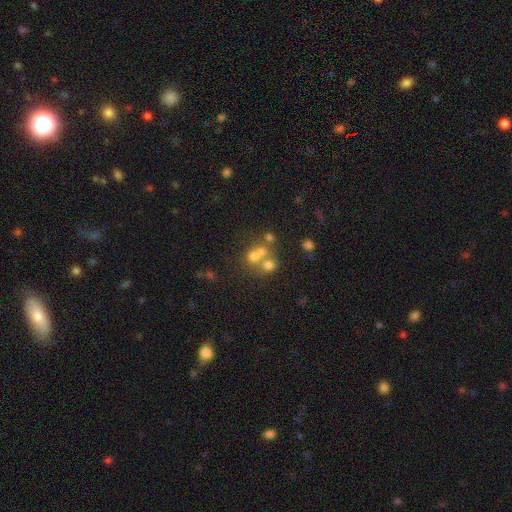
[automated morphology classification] Smooth or featured? smooth (55%)
How rounded? round (81%)
Merging? merger (52%)